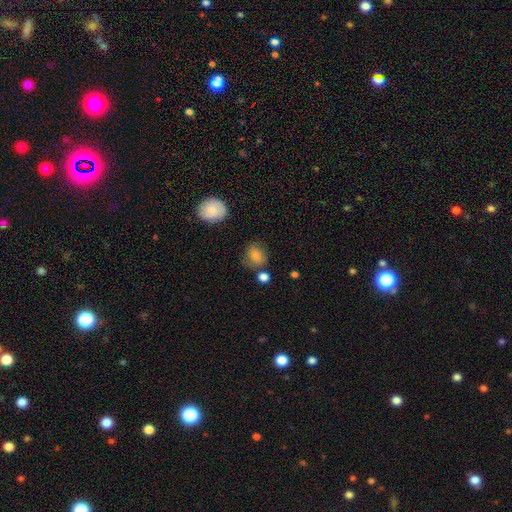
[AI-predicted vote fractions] Smooth or featured? Predicted: smooth (p=0.81). How rounded? Predicted: round (p=0.60). Merging? Predicted: none (p=0.67).